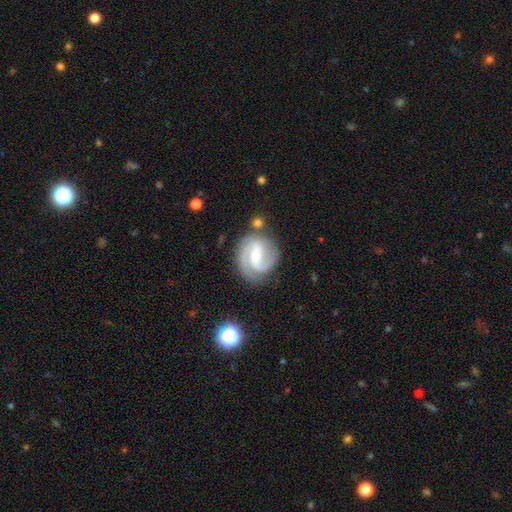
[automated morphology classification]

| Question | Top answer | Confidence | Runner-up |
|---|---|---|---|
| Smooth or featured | featured or disk | 86% | smooth (9%) |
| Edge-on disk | no | 97% | yes (3%) |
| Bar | weak | 47% | strong (28%) |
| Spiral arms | yes | 97% | no (3%) |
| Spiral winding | medium | 50% | tight (34%) |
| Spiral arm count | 2 | 77% | 3 (10%) |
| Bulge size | small | 58% | moderate (39%) |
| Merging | none | 75% | minor disturbance (14%) |